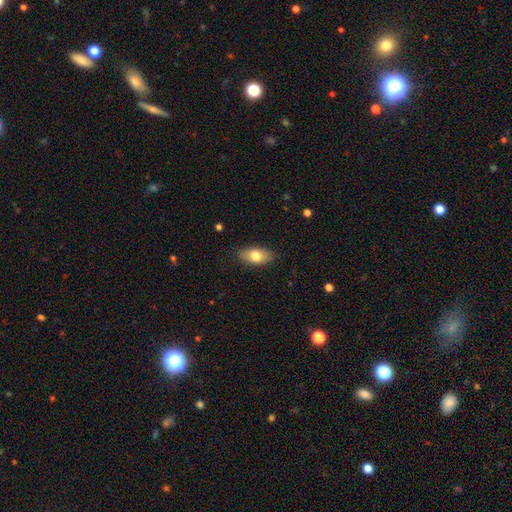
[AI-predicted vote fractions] A smooth galaxy with no disk features (77%) that is in between round and cigar-shaped (89%). Merging: none (85%).